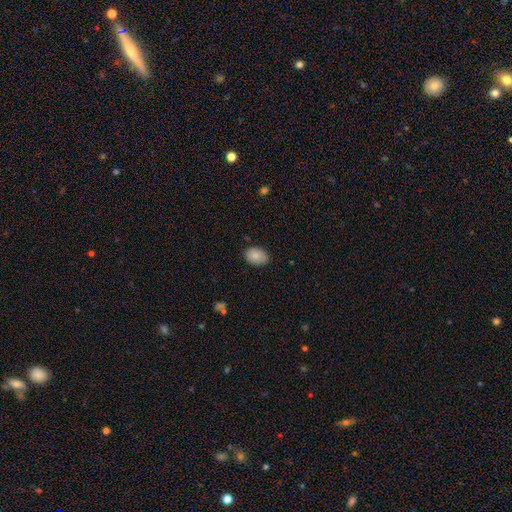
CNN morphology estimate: smooth_or_featured: smooth (p=0.85) [alt: featured or disk p=0.07]
how_rounded: in between (p=0.83) [alt: round p=0.16]
merging: none (p=0.81) [alt: minor disturbance p=0.15]